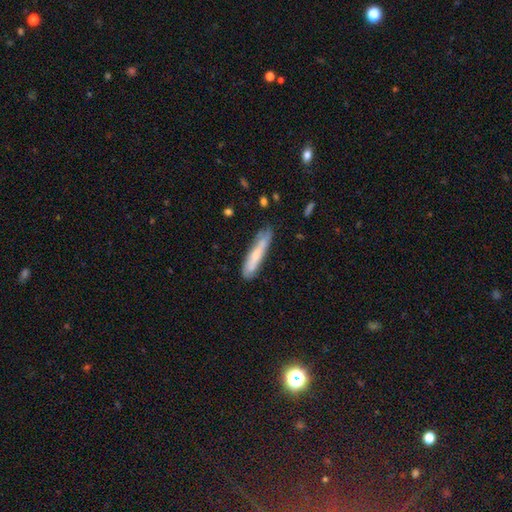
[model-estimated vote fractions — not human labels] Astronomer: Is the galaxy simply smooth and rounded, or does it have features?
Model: smooth — 58% (runner-up: featured or disk, 36%).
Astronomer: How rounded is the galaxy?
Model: cigar-shaped — 89%.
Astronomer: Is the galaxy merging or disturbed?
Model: none — 73%.